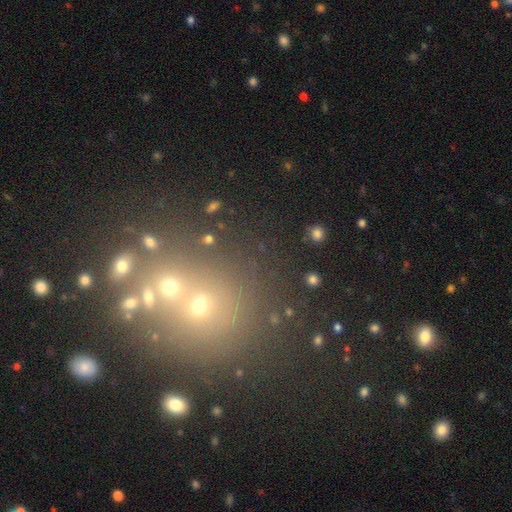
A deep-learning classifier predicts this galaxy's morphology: The model was most divided on "smooth or featured": star or artifact: 44%, smooth: 39%, featured or disk: 17%.